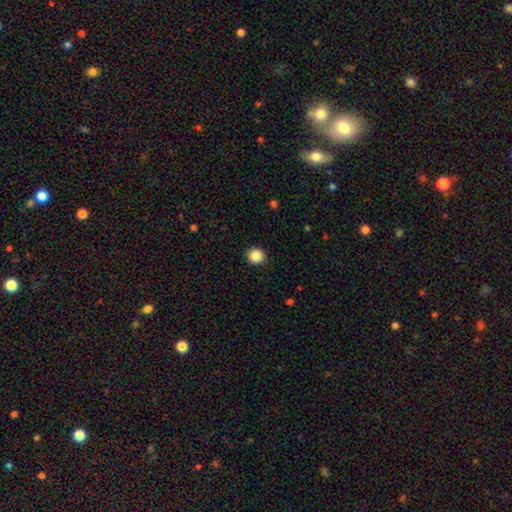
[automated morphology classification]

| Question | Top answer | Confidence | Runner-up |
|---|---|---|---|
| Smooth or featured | smooth | 88% | star or artifact (9%) |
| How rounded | round | 93% | in between (6%) |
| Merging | none | 91% | minor disturbance (6%) |